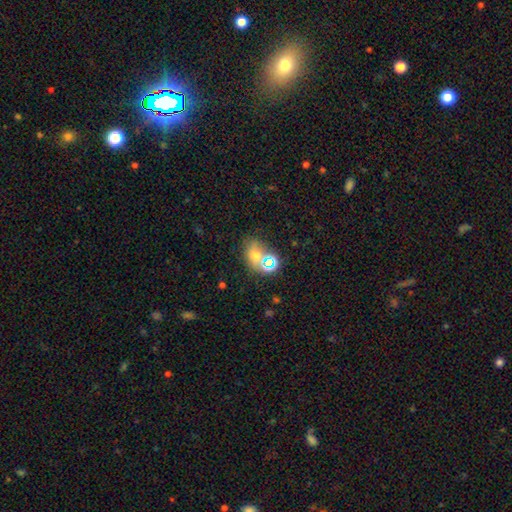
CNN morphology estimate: The model was most divided on "how rounded": in between: 59%, round: 39%, cigar-shaped: 1%. More confident: smooth or featured — smooth (59%); merging — none (58%).